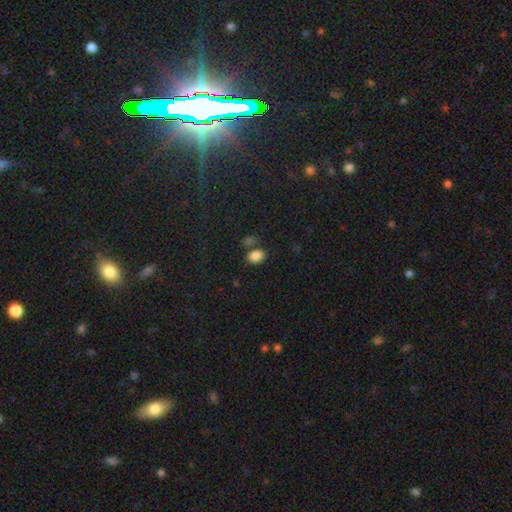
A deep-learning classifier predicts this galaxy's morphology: This is clearly a smooth galaxy (85%). How rounded: likely in between (74%). Merging: likely none (65%).